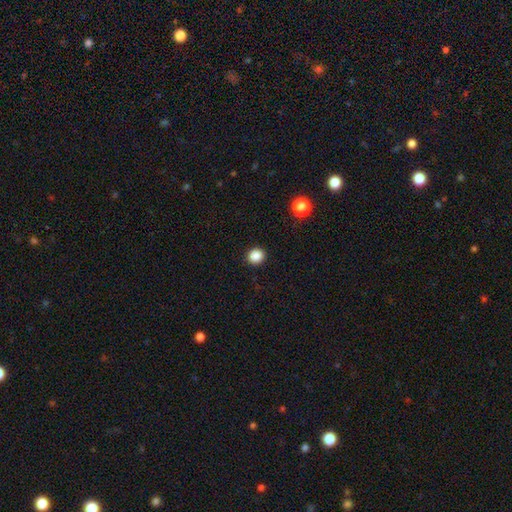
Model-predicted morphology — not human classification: Overall: smooth (87%). How rounded: round (83%). Merging: none (92%).